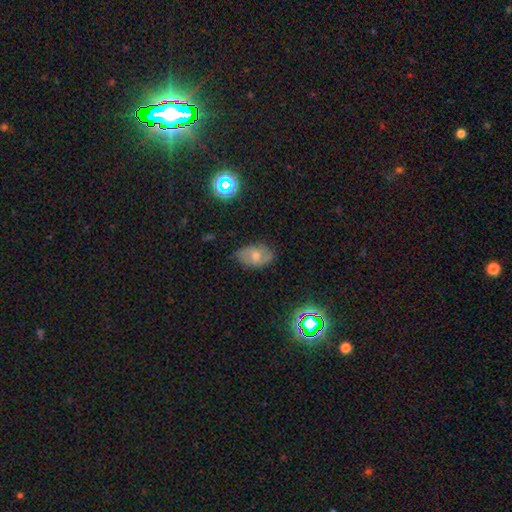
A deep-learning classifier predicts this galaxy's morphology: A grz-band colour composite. It shows a smooth galaxy with no disk features (45%). Merging: none (76%).